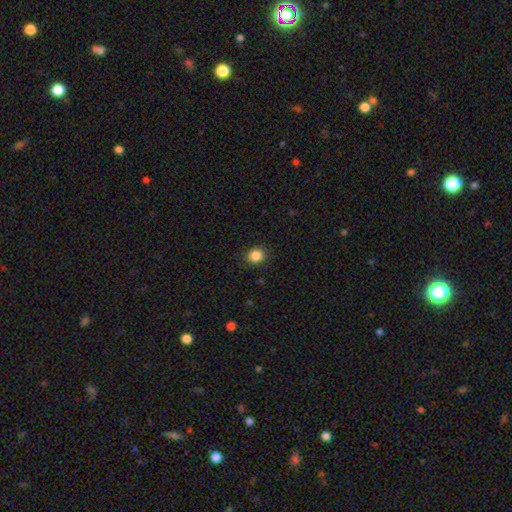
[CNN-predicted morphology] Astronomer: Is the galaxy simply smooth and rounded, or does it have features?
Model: smooth — 86%.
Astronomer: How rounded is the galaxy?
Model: round — 77%.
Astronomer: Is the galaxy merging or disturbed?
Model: none — 89%.